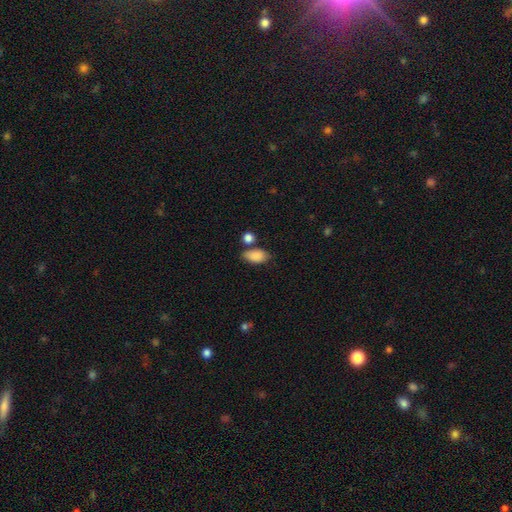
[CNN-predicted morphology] This is clearly a smooth galaxy (87%). How rounded: clearly in between (90%). Merging: likely none (63%).